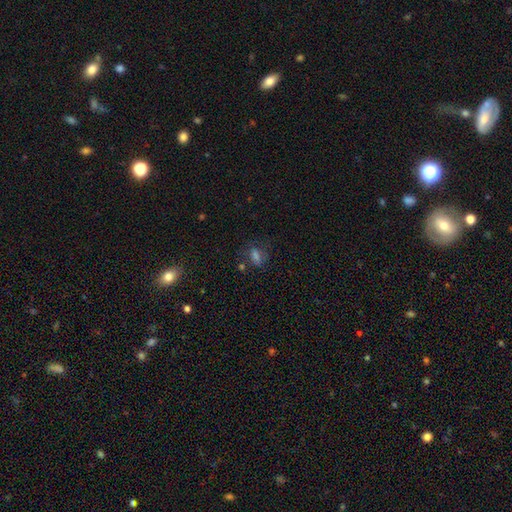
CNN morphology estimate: Q: Smooth or featured?
A: smooth (64%); runner-up: star or artifact (20%)
Q: How rounded?
A: in between (71%); runner-up: round (22%)
Q: Merging?
A: none (57%); runner-up: minor disturbance (22%)